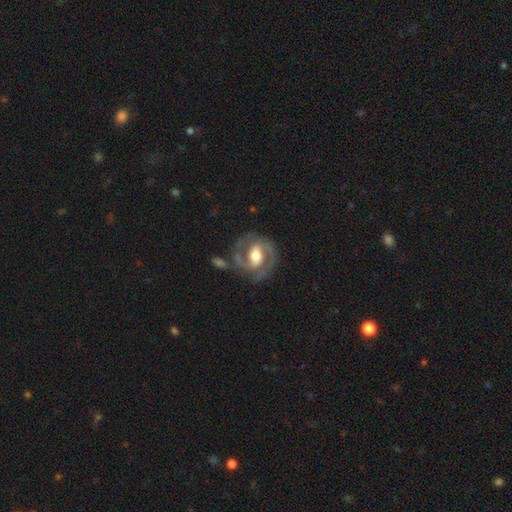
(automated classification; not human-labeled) The model was most divided on "spiral winding": medium: 48%, tight: 41%, loose: 11%. Remaining: edge-on disk — no (97%); spiral arms — yes (90%); spiral arm count — 2 (86%); smooth or featured — featured or disk (83%); merging — none (69%); bulge size — moderate (67%); bar — weak (41%).